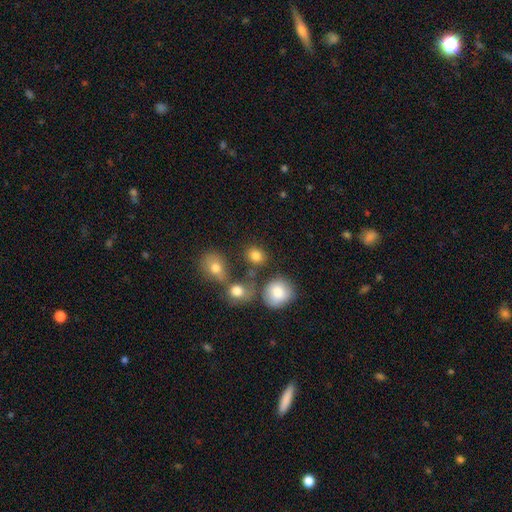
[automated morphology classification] This appears to be a smooth galaxy with no disk features (81%) that is round (68%). Merging: none (69%).